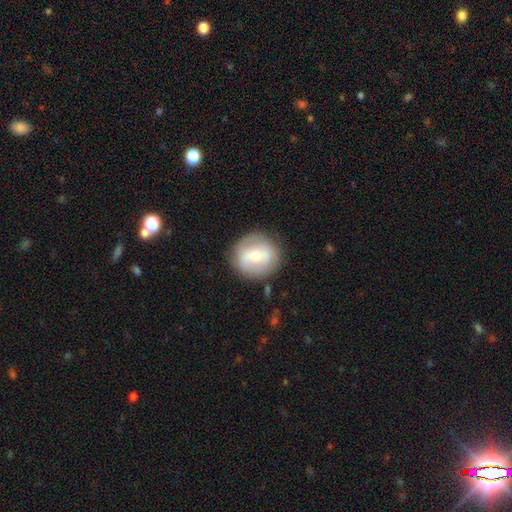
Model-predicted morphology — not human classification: smooth-or-featured: smooth: 49% | featured or disk: 44% | star or artifact: 7%
  merging: none: 83% | minor disturbance: 11% | major disturbance: 4% | merger: 2%